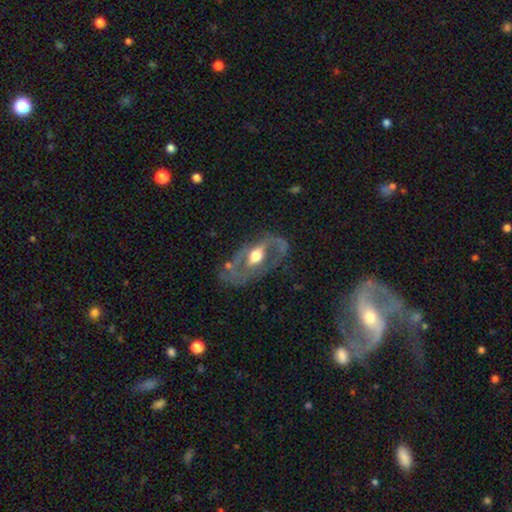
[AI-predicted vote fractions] Q: Smooth or featured?
A: featured or disk (77%); runner-up: smooth (18%)
Q: Edge-on disk?
A: no (88%); runner-up: yes (12%)
Q: Bar?
A: no (37%); runner-up: strong (31%)
Q: Spiral arms?
A: yes (55%); runner-up: no (45%)
Q: Bulge size?
A: moderate (69%); runner-up: large (21%)
Q: Merging?
A: none (53%); runner-up: minor disturbance (22%)